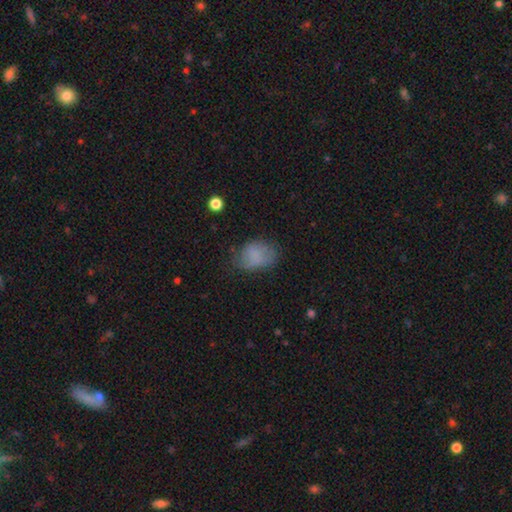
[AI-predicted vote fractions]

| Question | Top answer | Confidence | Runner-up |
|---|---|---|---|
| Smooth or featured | smooth | 77% | featured or disk (12%) |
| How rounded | in between | 77% | round (22%) |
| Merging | none | 57% | minor disturbance (29%) |